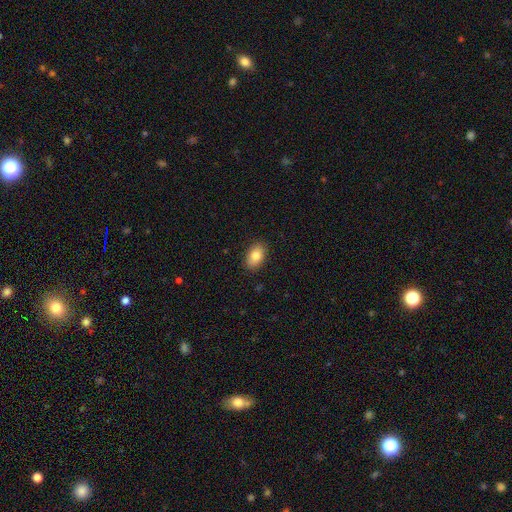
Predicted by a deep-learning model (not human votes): Smooth or featured? Predicted: smooth (p=0.82). How rounded? Predicted: in between (p=0.89). Merging? Predicted: none (p=0.88).